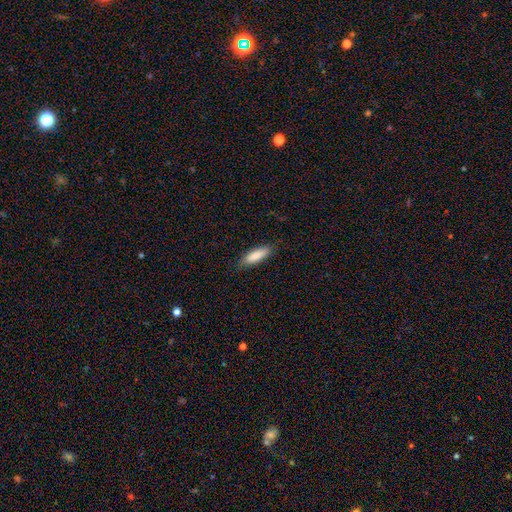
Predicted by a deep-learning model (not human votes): The model was most divided on "how rounded": cigar-shaped: 57%, in between: 41%, round: 1%. More confident: smooth or featured — smooth (85%); merging — none (83%).